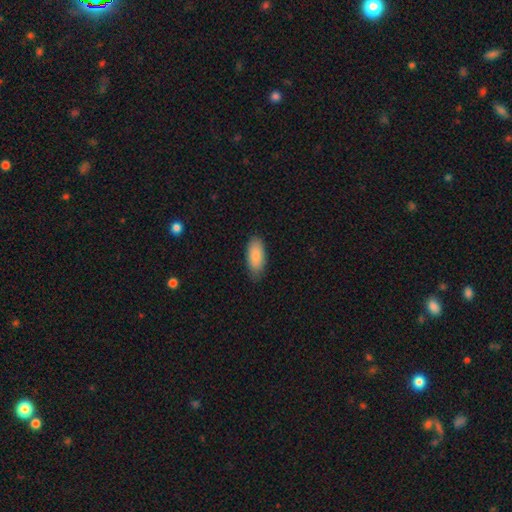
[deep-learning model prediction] A smooth galaxy with no disk features (86%) that is in between round and cigar-shaped (89%).

Vote fractions:
- Smooth or featured? smooth: 86% / featured or disk: 8% / star or artifact: 6%
- How rounded? in between: 89% / cigar-shaped: 9% / round: 2%
- Merging? none: 78% / minor disturbance: 18% / major disturbance: 3% / merger: 1%